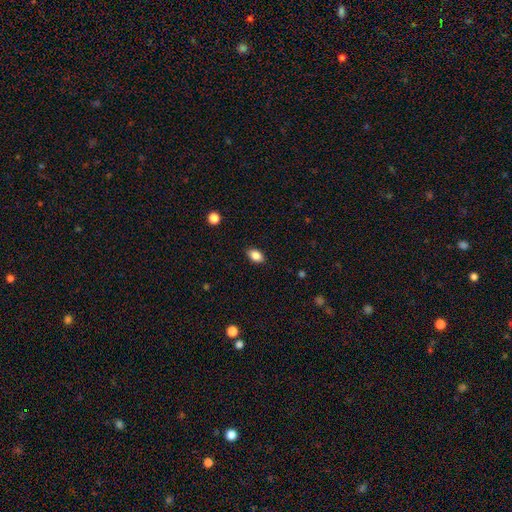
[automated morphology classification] Smooth or featured?
  - smooth: 86% *
  - star or artifact: 9%
  - featured or disk: 5%
How rounded?
  - in between: 86% *
  - round: 12%
  - cigar-shaped: 2%
Merging?
  - none: 87% *
  - minor disturbance: 10%
  - major disturbance: 2%
  - merger: 1%